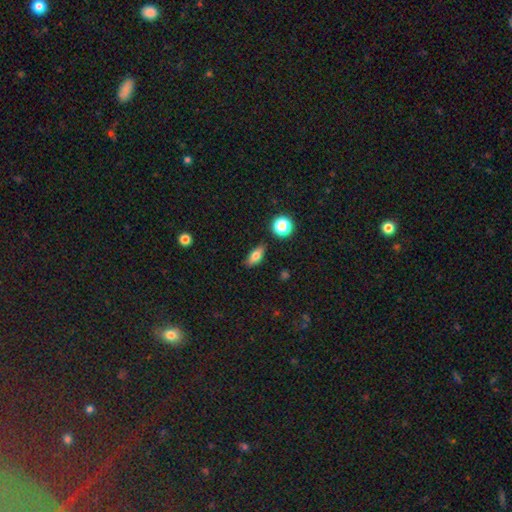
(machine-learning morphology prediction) Smooth or featured?
  - smooth: 75% *
  - featured or disk: 15%
  - star or artifact: 10%
How rounded?
  - in between: 76% *
  - cigar-shaped: 16%
  - round: 9%
Merging?
  - none: 83% *
  - minor disturbance: 12%
  - major disturbance: 3%
  - merger: 2%